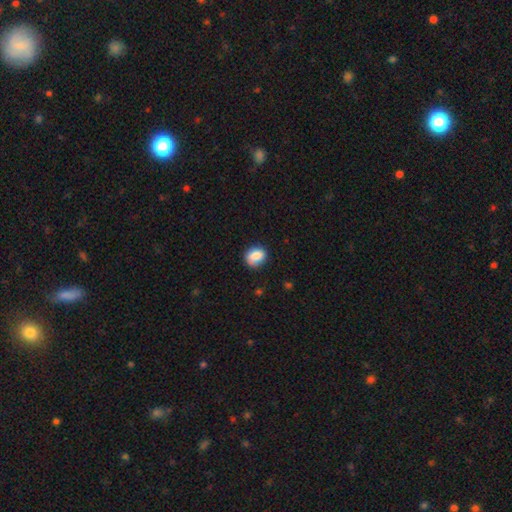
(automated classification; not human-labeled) smooth 85%, star or artifact 8%, featured or disk 7%. Down the decision tree: how rounded — round (55%); merging — none (76%).